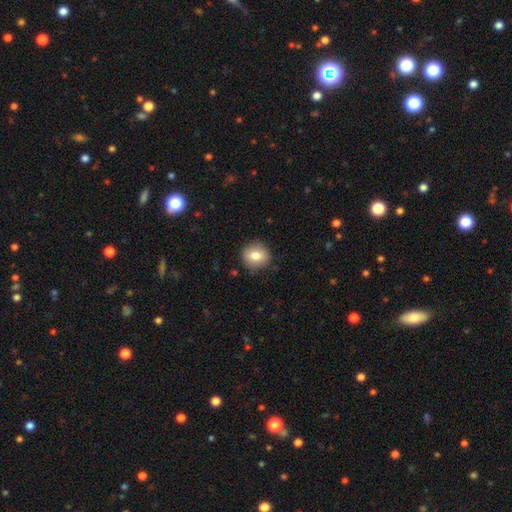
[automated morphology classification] This appears to be a smooth galaxy with no disk features (80%) that is round (87%). Merging: none (86%).